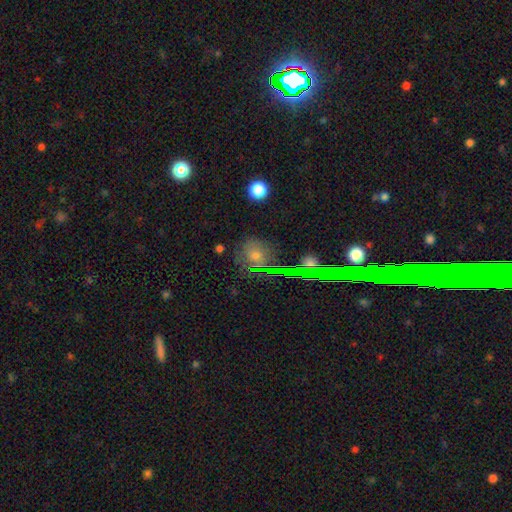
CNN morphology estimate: A smooth galaxy with no disk features (48%).

Vote fractions:
- Smooth or featured? smooth: 48% / star or artifact: 36% / featured or disk: 16%
- Merging? none: 79% / minor disturbance: 13% / major disturbance: 5% / merger: 4%